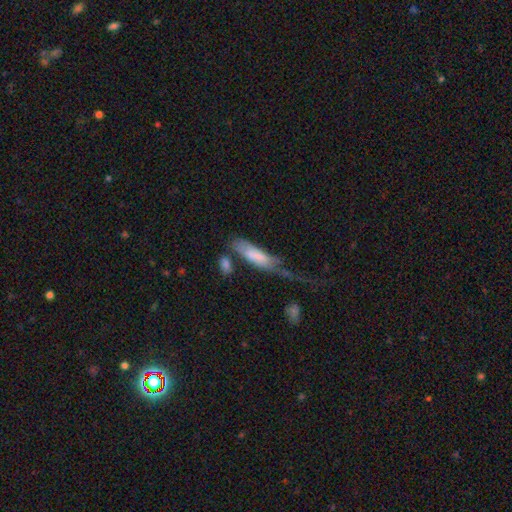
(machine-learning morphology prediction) A smooth galaxy with no disk features (70%) that is cigar-shaped (52%).

Vote fractions:
- Smooth or featured? smooth: 70% / featured or disk: 24% / star or artifact: 6%
- How rounded? cigar-shaped: 52% / in between: 46% / round: 2%
- Merging? major disturbance: 33% / none: 24% / minor disturbance: 21% / merger: 21%